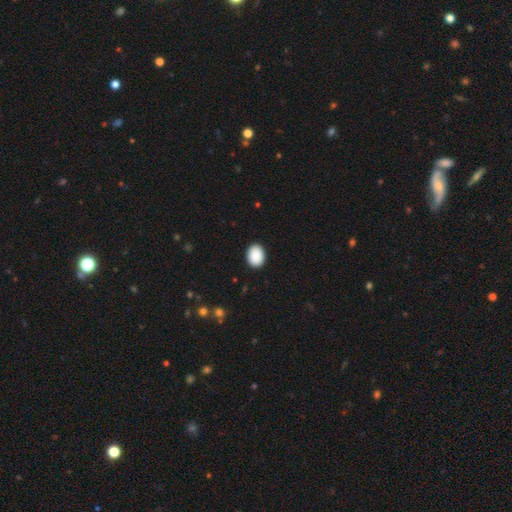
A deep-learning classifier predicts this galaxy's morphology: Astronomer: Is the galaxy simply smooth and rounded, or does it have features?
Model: smooth — 91%.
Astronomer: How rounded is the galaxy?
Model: in between — 69%.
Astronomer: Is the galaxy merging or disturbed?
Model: none — 91%.